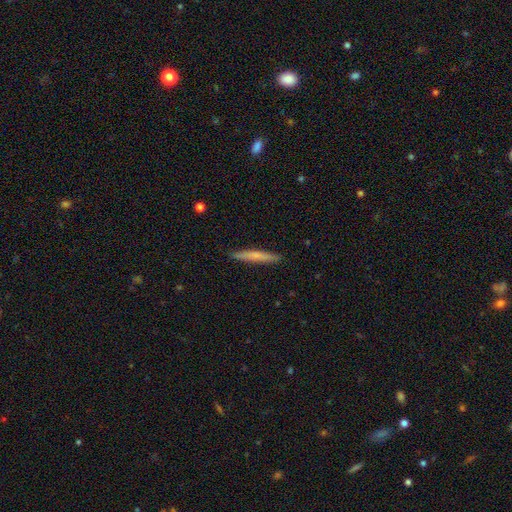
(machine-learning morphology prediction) This is possibly a smooth galaxy (59%). How rounded: clearly cigar-shaped (96%). Merging: clearly none (91%).